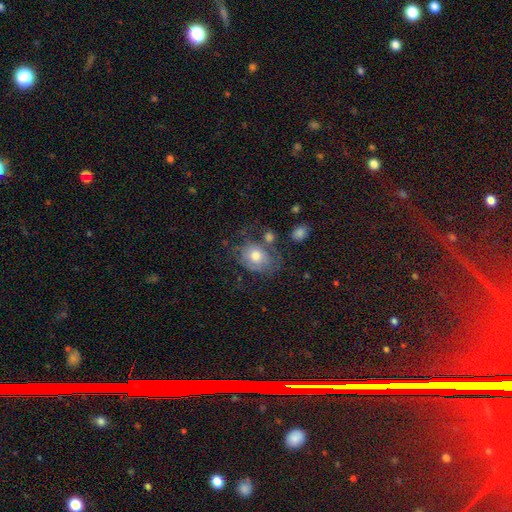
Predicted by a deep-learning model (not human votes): Smooth or featured: smooth — 58% (featured or disk — 33%)
How rounded: in between — 51% (round — 48%)
Merging: none — 44% (minor disturbance — 26%)